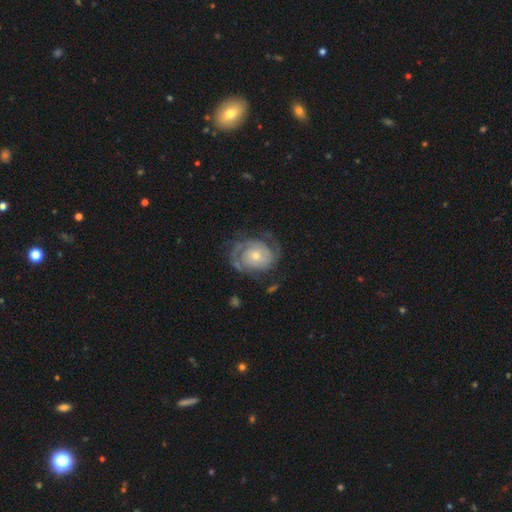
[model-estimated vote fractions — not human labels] This appears to be a featured or disk galaxy (79%) with no bar (78%), 2 (51%) tight (57%) spiral arms (89%) and a small central bulge (55%). Merging: none (60%).